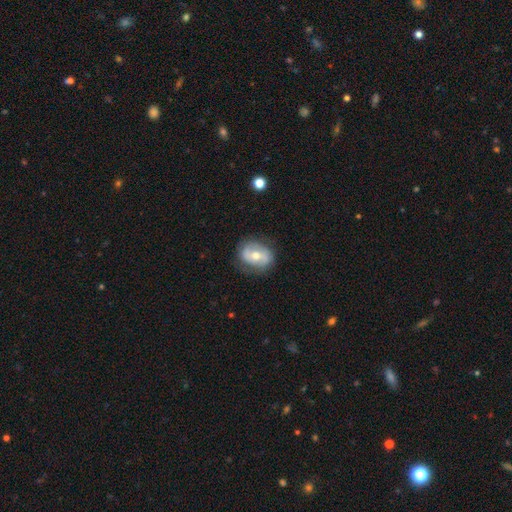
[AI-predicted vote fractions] The model was most divided on "bar": no: 41%, weak: 36%, strong: 23%. More confident: edge-on disk — no (96%); merging — none (76%); spiral arms — yes (68%); bulge size — moderate (68%); smooth or featured — featured or disk (60%).